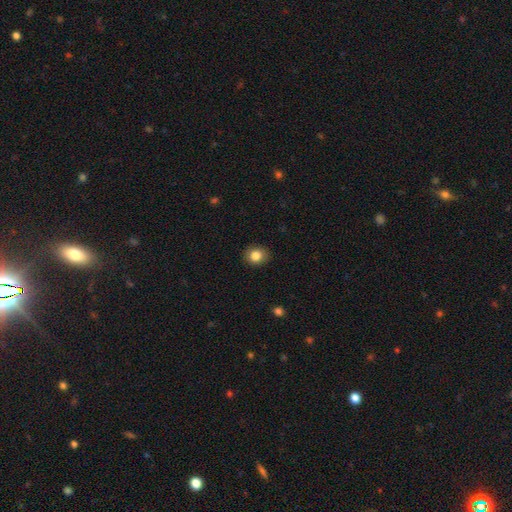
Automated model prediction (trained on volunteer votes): The model was most divided on "how rounded": round: 68%, in between: 32%, cigar-shaped: 1%. More confident: merging — none (89%); smooth or featured — smooth (84%).